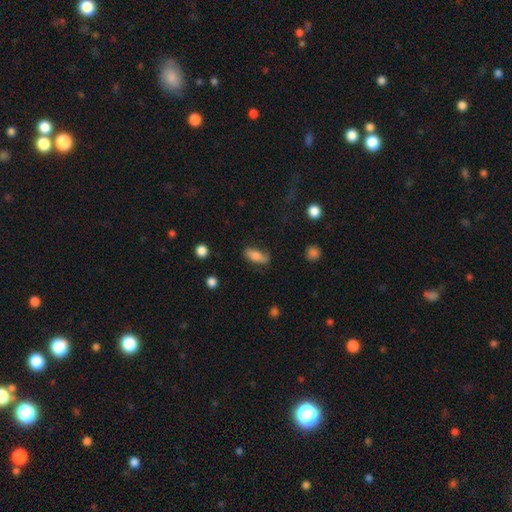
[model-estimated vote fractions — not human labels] smooth-or-featured: smooth: 75% | featured or disk: 17% | star or artifact: 8%
  how-rounded: in between: 81% | cigar-shaped: 15% | round: 4%
  merging: none: 68% | minor disturbance: 23% | major disturbance: 7% | merger: 2%